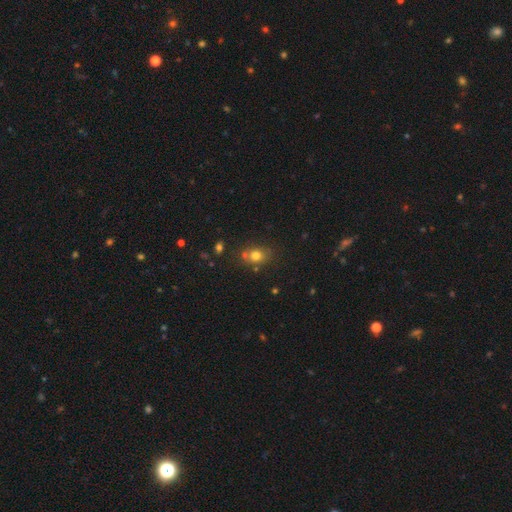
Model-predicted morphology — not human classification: smooth 74%, star or artifact 15%, featured or disk 11%. Down the decision tree: how rounded — round (61%); merging — none (63%).